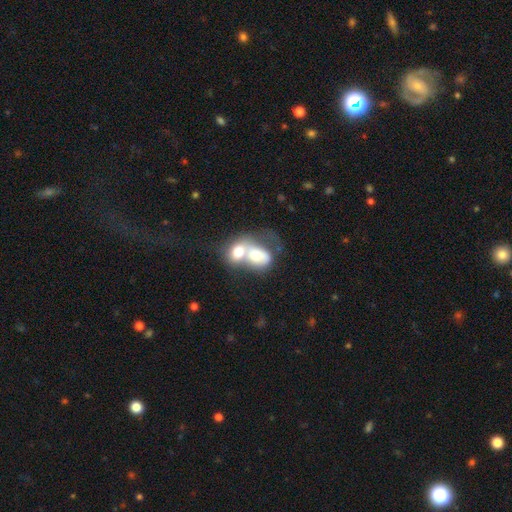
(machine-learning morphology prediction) smooth_or_featured: smooth (p=0.64) [alt: featured or disk p=0.28]
how_rounded: in between (p=0.64) [alt: round p=0.34]
merging: merger (p=0.81) [alt: none p=0.08]